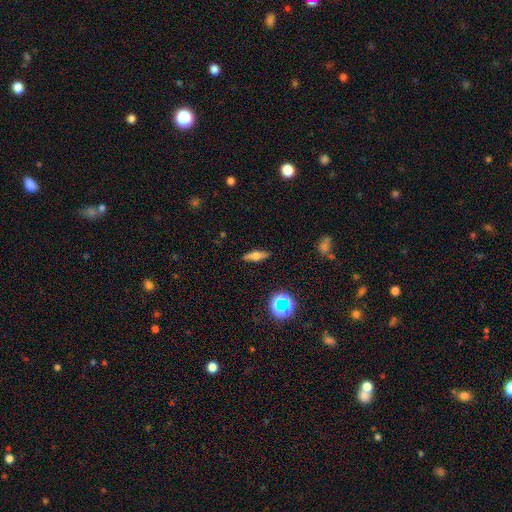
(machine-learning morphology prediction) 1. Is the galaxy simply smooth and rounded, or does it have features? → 52% smooth, 37% featured or disk, 11% star or artifact.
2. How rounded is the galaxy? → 50% cigar-shaped, 44% in between, 6% round.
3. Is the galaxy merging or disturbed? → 87% none, 9% minor disturbance, 2% major disturbance, 1% merger.